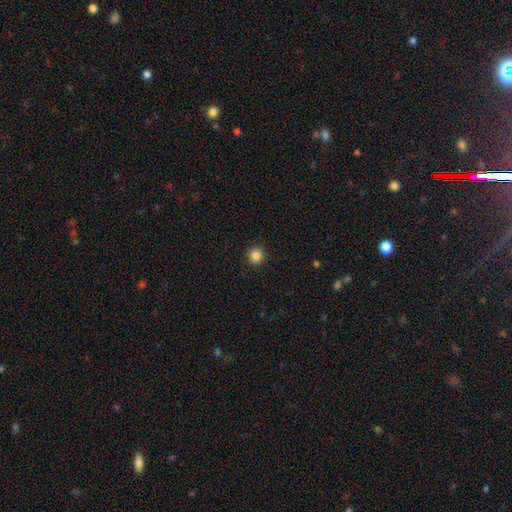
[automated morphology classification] The model was most divided on "smooth or featured": smooth: 85%, star or artifact: 11%, featured or disk: 4%. More confident: merging — none (92%); how rounded — round (91%).